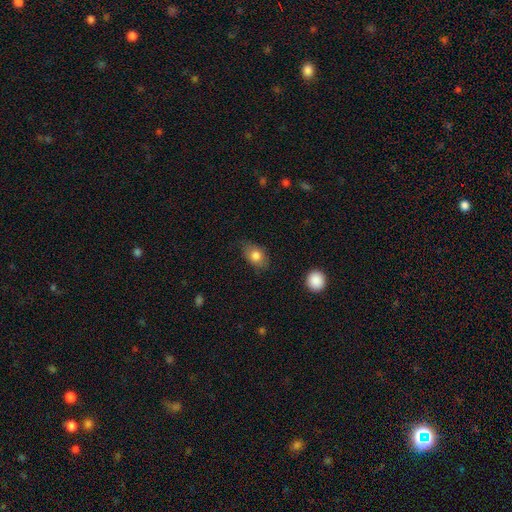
Smooth or featured? smooth (84%)
How rounded? in between (75%)
Merging? none (79%)